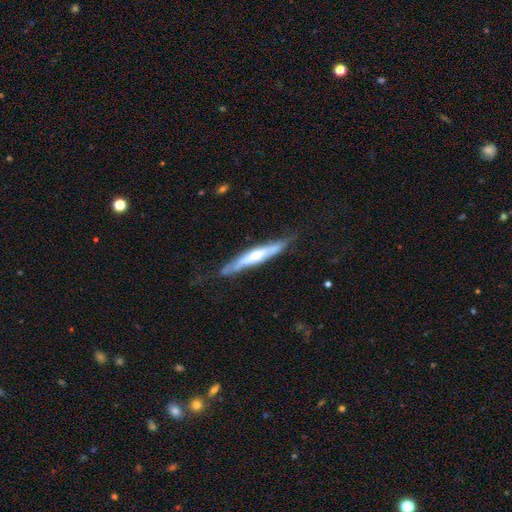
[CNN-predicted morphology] Q: Smooth or featured?
A: featured or disk (59%); runner-up: smooth (35%)
Q: Edge-on disk?
A: yes (82%); runner-up: no (18%)
Q: Merging?
A: none (72%); runner-up: minor disturbance (21%)